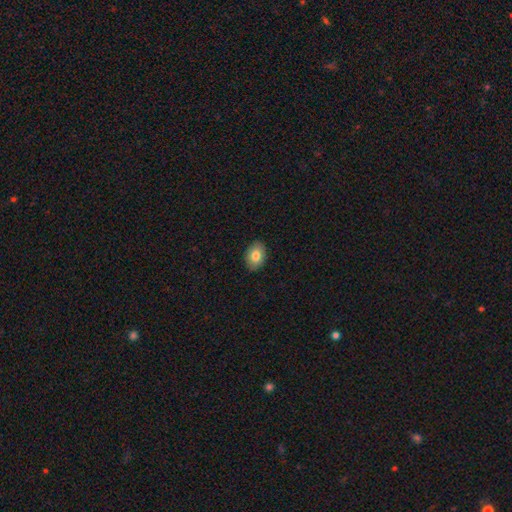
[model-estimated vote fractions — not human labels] Overall: smooth (82%). How rounded: in between (81%). Merging: none (89%).